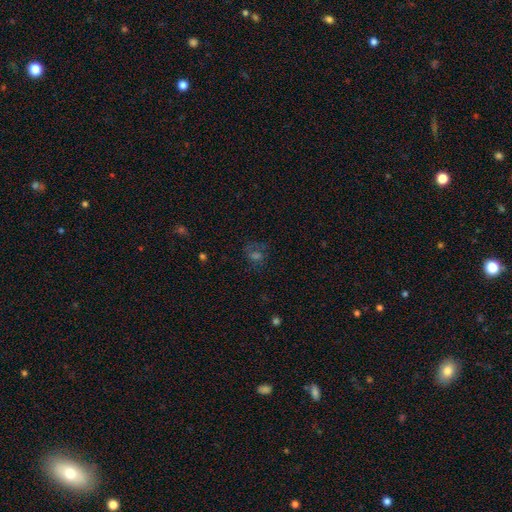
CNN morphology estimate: This appears to be a smooth galaxy with no disk features (39%). Merging: none (62%).